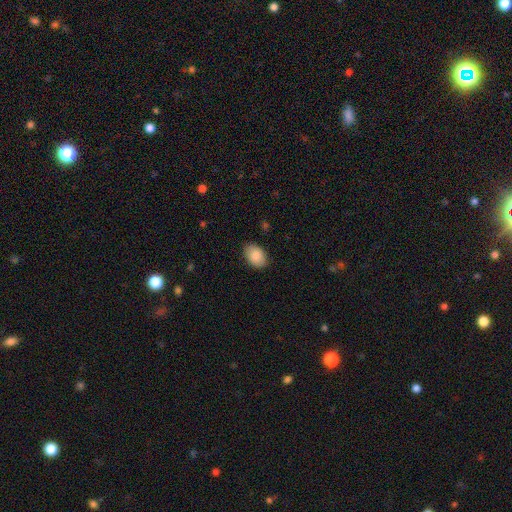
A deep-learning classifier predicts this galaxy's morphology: A smooth galaxy with no disk features (88%) that is in between round and cigar-shaped (84%). Merging: none (85%).